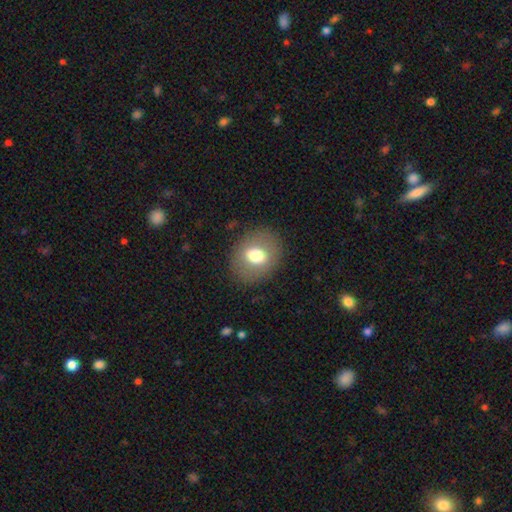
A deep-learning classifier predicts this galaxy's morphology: Smooth or featured? smooth (69%)
How rounded? round (54%)
Merging? none (85%)